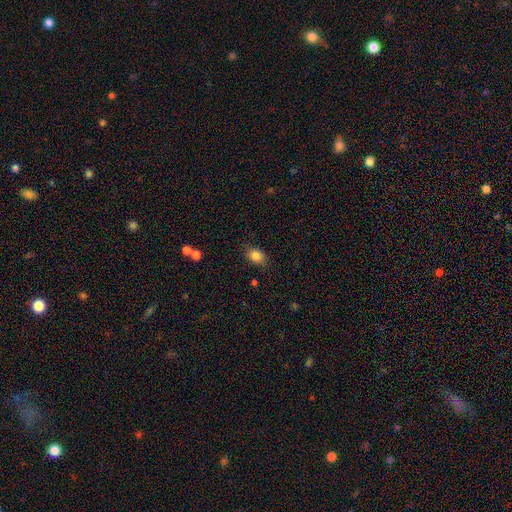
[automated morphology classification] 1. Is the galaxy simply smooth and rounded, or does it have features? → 85% smooth, 9% star or artifact, 6% featured or disk.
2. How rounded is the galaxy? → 69% in between, 29% round, 2% cigar-shaped.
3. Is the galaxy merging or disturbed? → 80% none, 15% minor disturbance, 4% major disturbance, 2% merger.